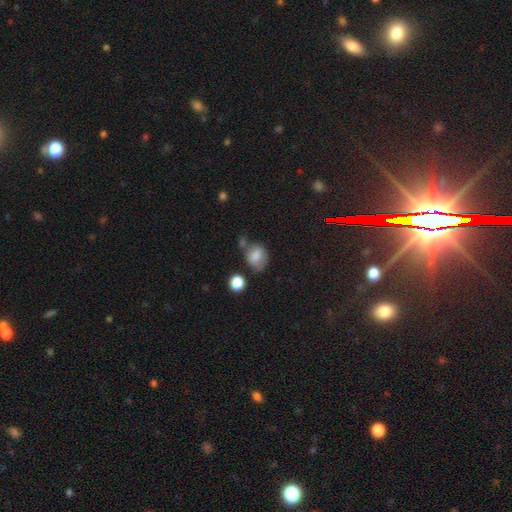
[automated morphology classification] Smooth or featured?
  - smooth: 78% *
  - featured or disk: 11%
  - star or artifact: 11%
How rounded?
  - round: 50% *
  - in between: 49%
  - cigar-shaped: 1%
Merging?
  - none: 47% *
  - minor disturbance: 27%
  - merger: 15%
  - major disturbance: 12%